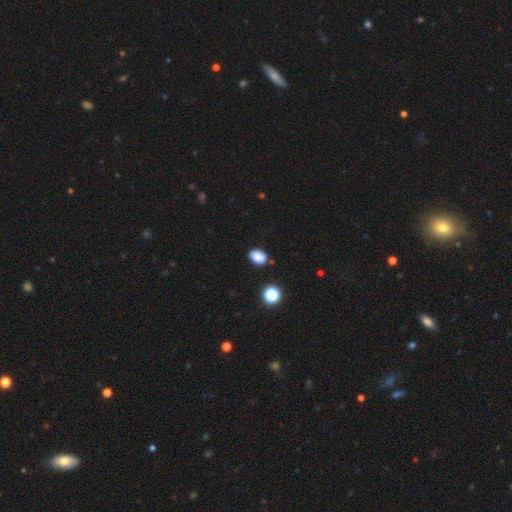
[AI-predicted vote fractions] Q: Smooth or featured?
A: smooth (85%); runner-up: star or artifact (11%)
Q: How rounded?
A: in between (81%); runner-up: round (18%)
Q: Merging?
A: none (84%); runner-up: minor disturbance (11%)